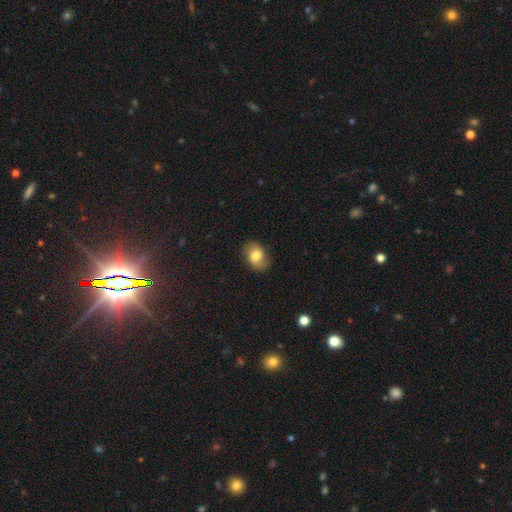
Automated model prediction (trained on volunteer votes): smooth-or-featured: smooth: 72% | featured or disk: 20% | star or artifact: 8%
  how-rounded: in between: 76% | round: 23% | cigar-shaped: 1%
  merging: none: 77% | minor disturbance: 17% | major disturbance: 5% | merger: 1%